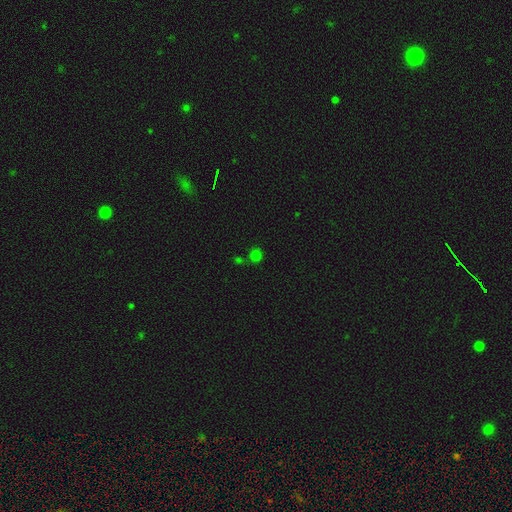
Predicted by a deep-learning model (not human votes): Overall: smooth (71%). How rounded: round (92%). Merging: none (77%).